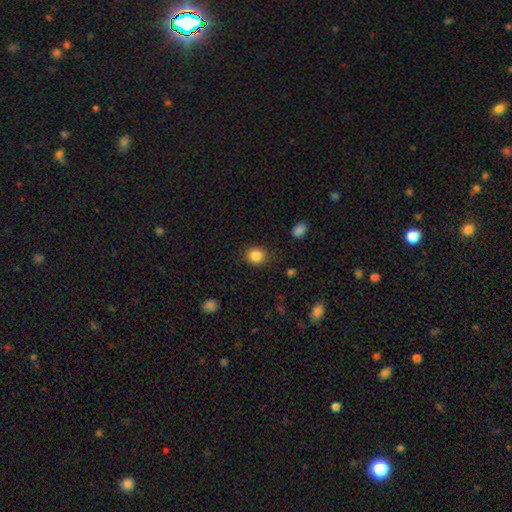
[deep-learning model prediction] A smooth galaxy with no disk features (85%) that is round (78%). Merging: none (83%).